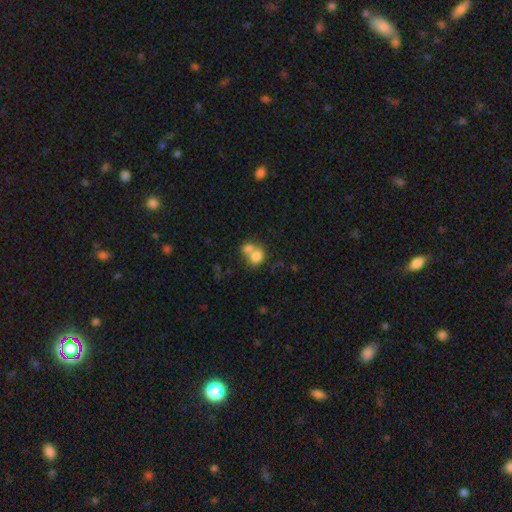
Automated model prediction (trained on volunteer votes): Morphology: type=smooth (76%); roundness=round (64%); merging=merger (63%).